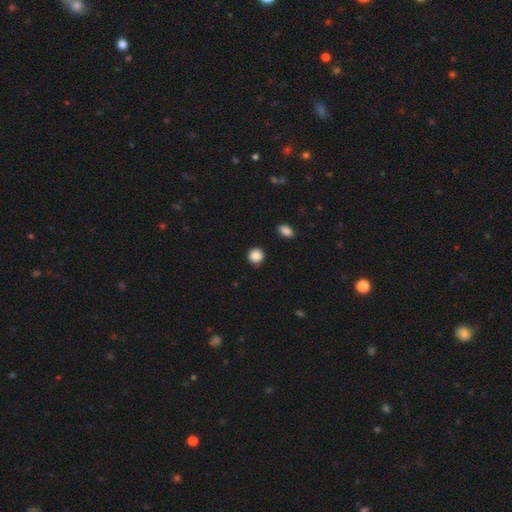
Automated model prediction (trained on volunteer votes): Smooth or featured: smooth — 88% (star or artifact — 9%)
How rounded: round — 92% (in between — 7%)
Merging: none — 90% (minor disturbance — 6%)